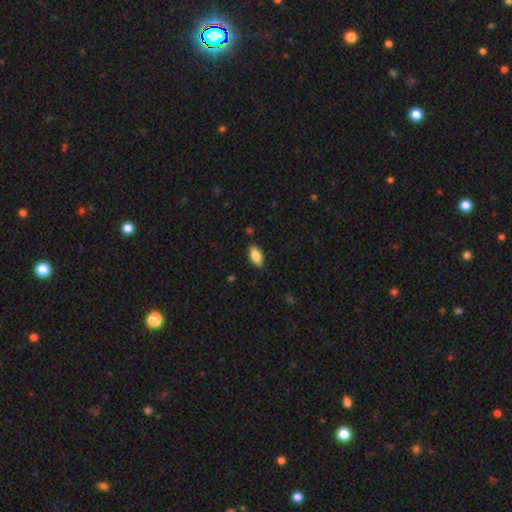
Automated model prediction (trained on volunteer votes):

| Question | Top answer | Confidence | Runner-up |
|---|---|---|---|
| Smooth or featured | smooth | 83% | featured or disk (10%) |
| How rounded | in between | 89% | cigar-shaped (8%) |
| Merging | none | 86% | minor disturbance (11%) |